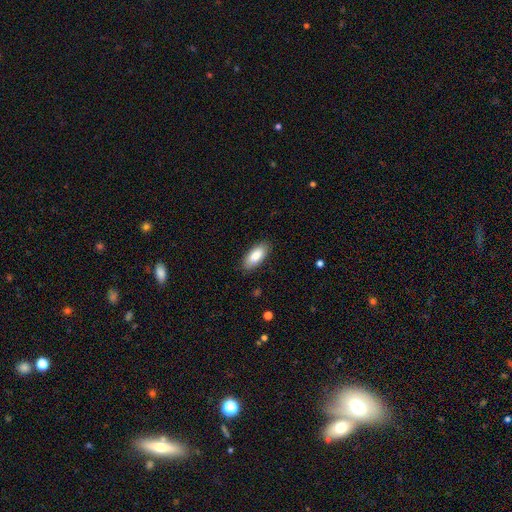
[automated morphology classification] This is clearly a smooth galaxy (86%). How rounded: clearly in between (86%). Merging: clearly none (86%).